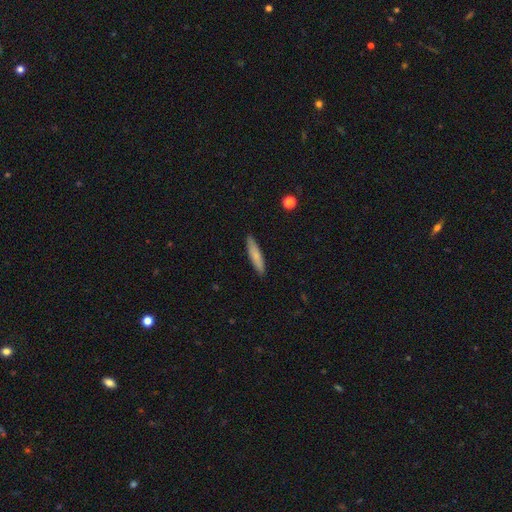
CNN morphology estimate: Smooth or featured? smooth (78%)
How rounded? cigar-shaped (87%)
Merging? none (90%)